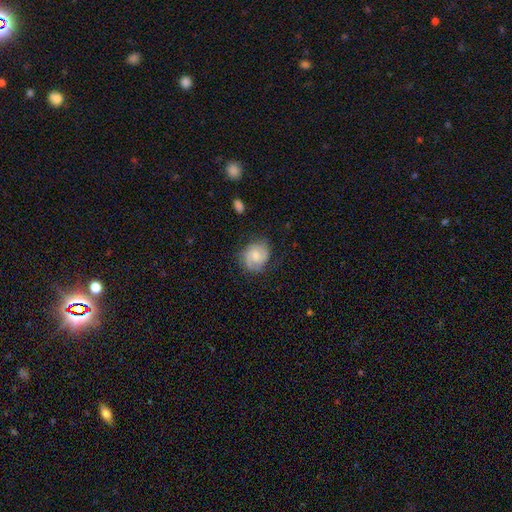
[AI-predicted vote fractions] Smooth or featured? featured or disk (53%)
Edge-on disk? no (97%)
Bar? no (54%)
Spiral arms? yes (90%)
Bulge size? moderate (43%)
Merging? none (71%)